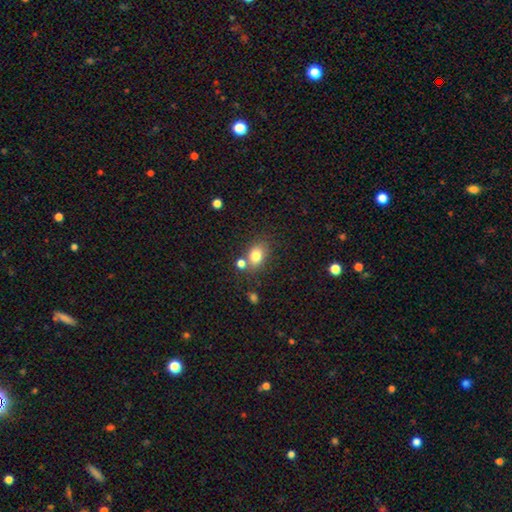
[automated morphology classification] Smooth or featured? smooth (80%)
How rounded? in between (63%)
Merging? none (65%)